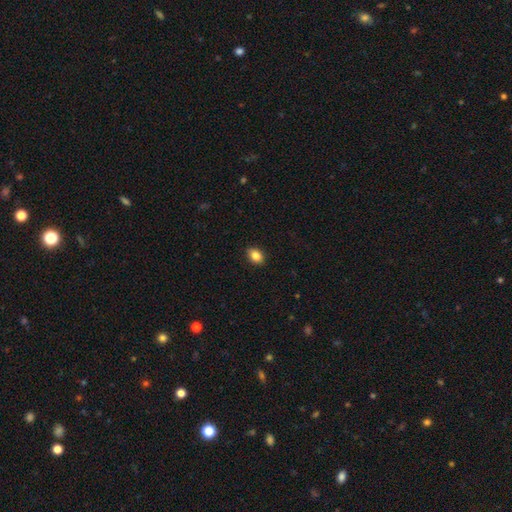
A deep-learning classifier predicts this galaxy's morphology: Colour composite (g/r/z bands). It shows a smooth galaxy with no disk features (84%) that is in between round and cigar-shaped (76%). Merging: none (89%).